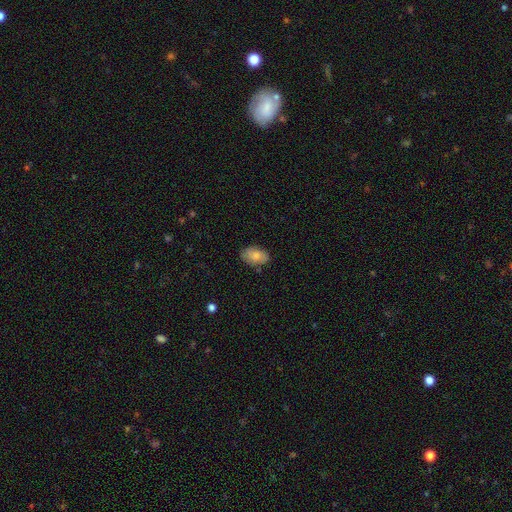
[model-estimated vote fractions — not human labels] smooth_or_featured: smooth (p=0.75) [alt: featured or disk p=0.18]
how_rounded: in between (p=0.90) [alt: round p=0.09]
merging: none (p=0.78) [alt: minor disturbance p=0.17]